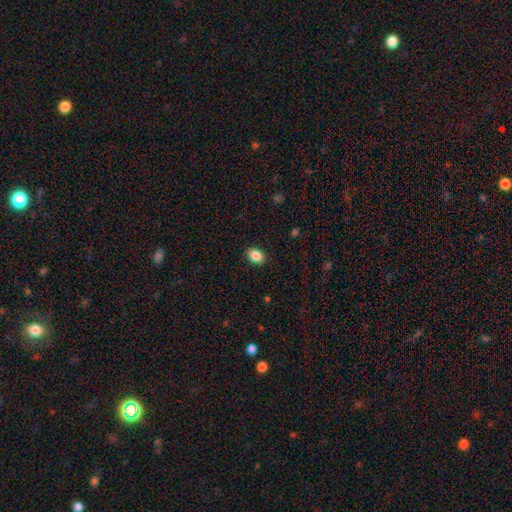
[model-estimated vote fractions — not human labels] This is clearly a smooth galaxy (87%). How rounded: likely in between (68%). Merging: clearly none (88%).